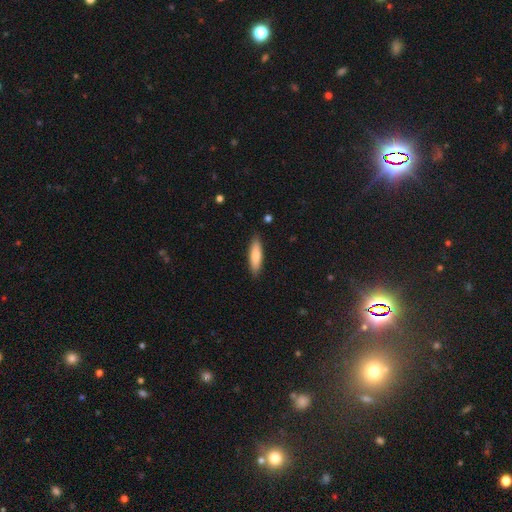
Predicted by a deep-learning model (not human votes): Smooth or featured? Predicted: smooth (p=0.76). How rounded? Predicted: cigar-shaped (p=0.65). Merging? Predicted: none (p=0.88).